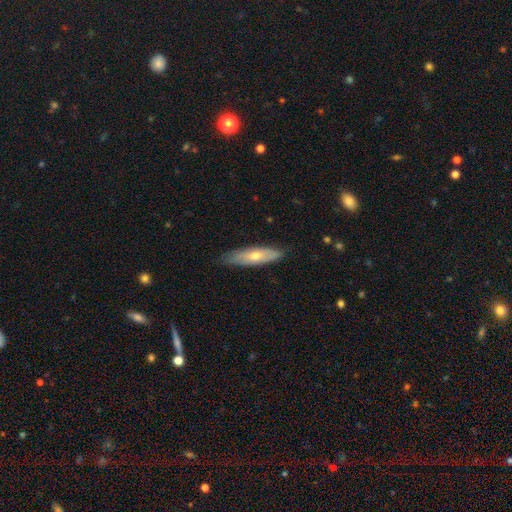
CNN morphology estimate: The model was most divided on "smooth or featured": smooth: 53%, featured or disk: 41%, star or artifact: 6%. More confident: merging — none (81%); how rounded — cigar-shaped (67%).